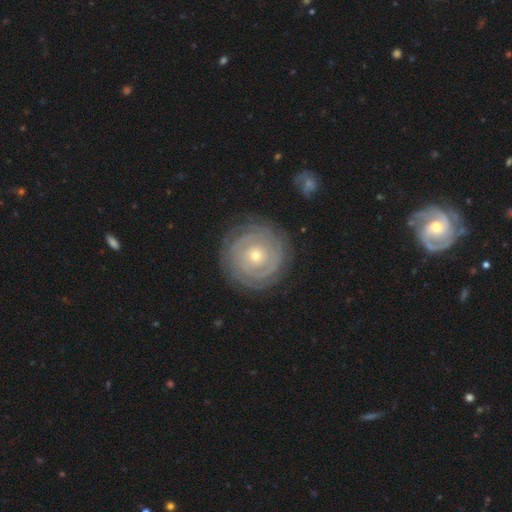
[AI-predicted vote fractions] Smooth or featured? featured or disk (84%)
Edge-on disk? no (98%)
Bar? no (80%)
Spiral arms? yes (94%)
Spiral winding? tight (89%)
Spiral arm count? 2 (31%)
Bulge size? small (63%)
Merging? none (85%)